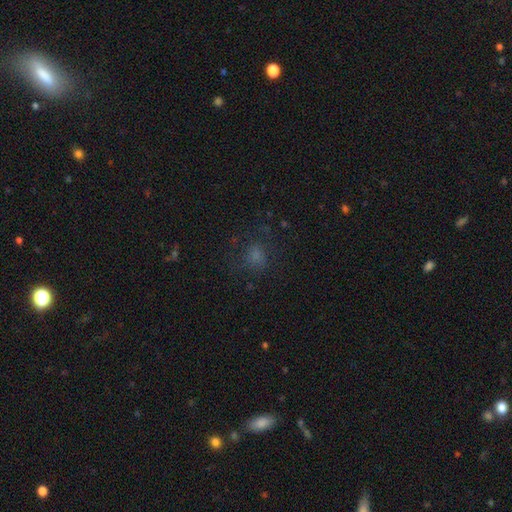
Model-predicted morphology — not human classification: smooth_or_featured: smooth (p=0.65) [alt: star or artifact p=0.22]
how_rounded: round (p=0.71) [alt: in between p=0.28]
merging: none (p=0.64) [alt: minor disturbance p=0.17]